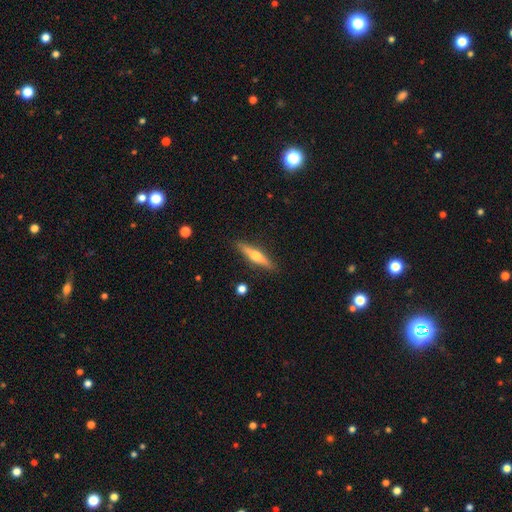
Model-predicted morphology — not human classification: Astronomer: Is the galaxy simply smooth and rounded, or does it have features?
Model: featured or disk — 52% (runner-up: smooth, 42%).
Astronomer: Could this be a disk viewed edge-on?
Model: yes — 94%.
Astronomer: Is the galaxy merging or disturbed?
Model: none — 88%.